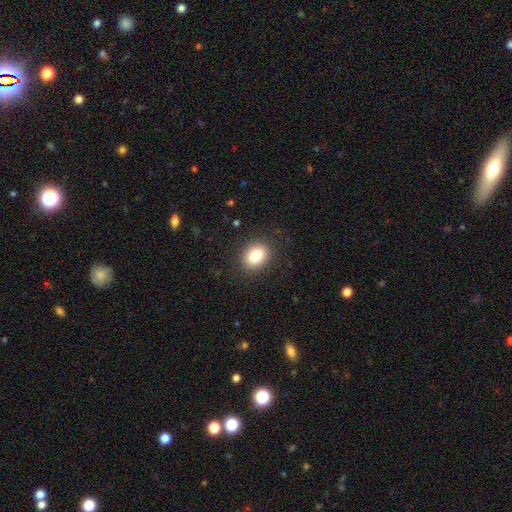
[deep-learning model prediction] smooth-or-featured: smooth: 82% | star or artifact: 10% | featured or disk: 8%
  how-rounded: round: 50% | in between: 49% | cigar-shaped: 1%
  merging: none: 88% | minor disturbance: 8% | major disturbance: 3% | merger: 1%